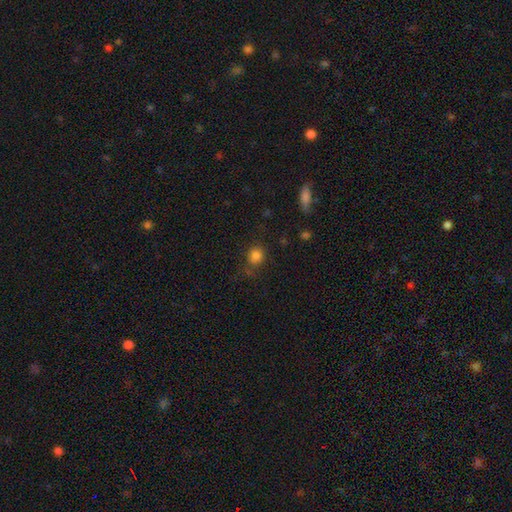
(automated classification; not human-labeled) Smooth or featured? smooth (81%)
How rounded? round (82%)
Merging? none (75%)